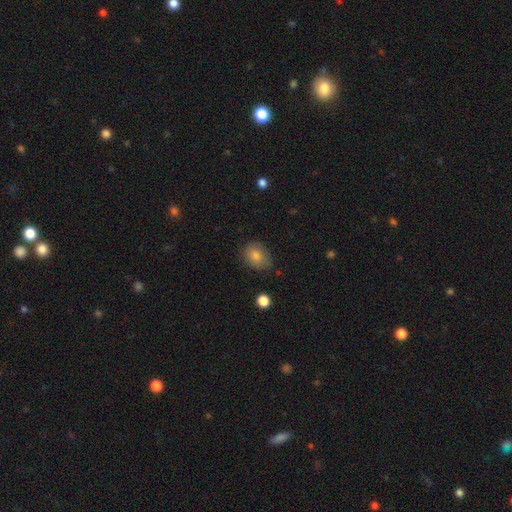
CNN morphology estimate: smooth_or_featured: smooth (p=0.79) [alt: featured or disk p=0.11]
how_rounded: in between (p=0.60) [alt: round p=0.39]
merging: none (p=0.76) [alt: minor disturbance p=0.19]